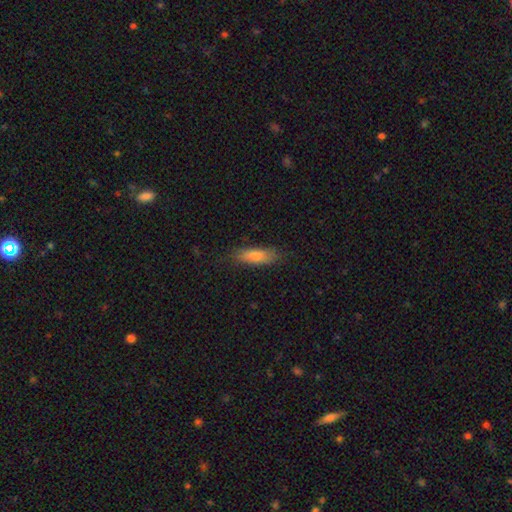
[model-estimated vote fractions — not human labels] A smooth galaxy with no disk features (76%) that is in between round and cigar-shaped (50%).

Vote fractions:
- Smooth or featured? smooth: 76% / featured or disk: 17% / star or artifact: 7%
- How rounded? in between: 50% / cigar-shaped: 48% / round: 2%
- Merging? none: 79% / minor disturbance: 16% / major disturbance: 4% / merger: 1%